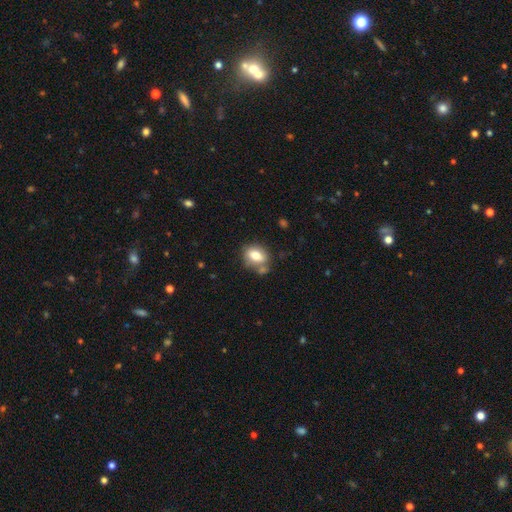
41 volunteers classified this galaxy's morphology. smooth-or-featured: smooth: 68% | featured or disk: 20% | star or artifact: 12%
  how-rounded: in between: 64% | round: 36% | cigar-shaped: 0%
  merging: none: 56% | minor disturbance: 22% | merger: 14% | major disturbance: 8%